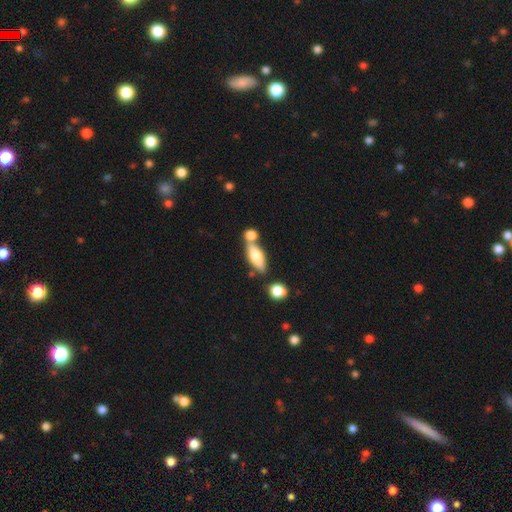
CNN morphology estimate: This is likely a smooth galaxy (69%). How rounded: likely in between (62%). Merging: possibly none (52%).